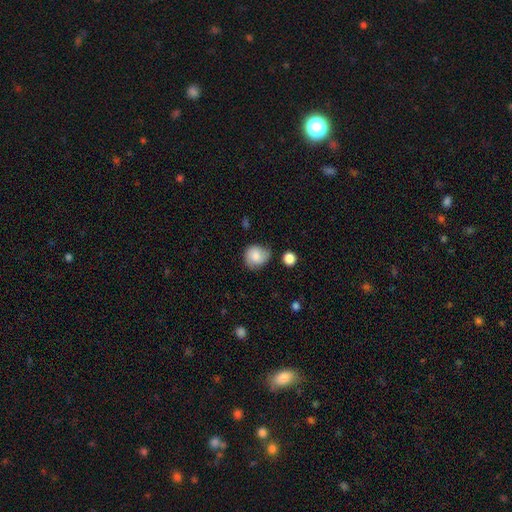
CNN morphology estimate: Q: Smooth or featured?
A: smooth (75%); runner-up: featured or disk (16%)
Q: How rounded?
A: round (79%); runner-up: in between (20%)
Q: Merging?
A: none (63%); runner-up: minor disturbance (27%)